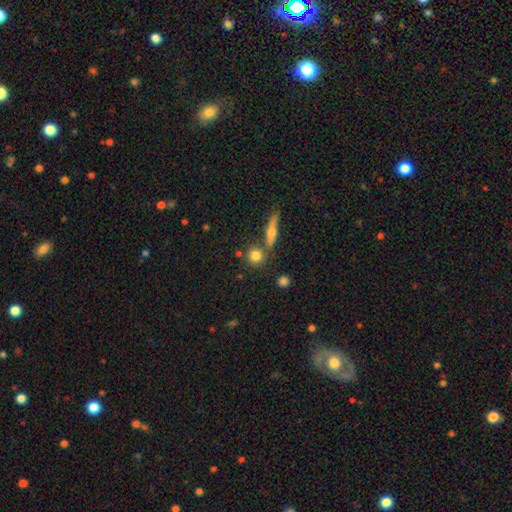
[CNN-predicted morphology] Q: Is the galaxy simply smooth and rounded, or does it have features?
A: smooth — 78%.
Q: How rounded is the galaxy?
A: round — 84%.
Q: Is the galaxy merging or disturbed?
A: none — 70%.